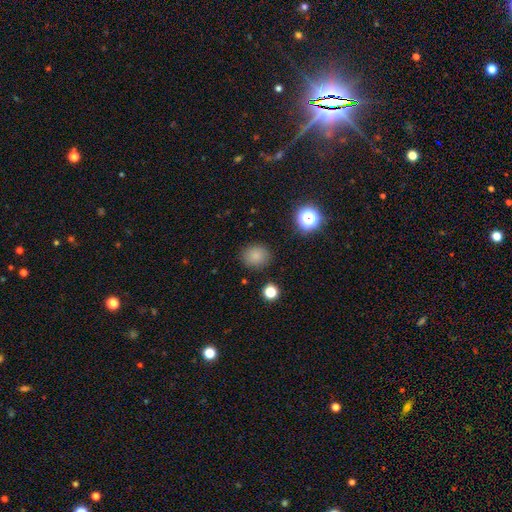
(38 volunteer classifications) smooth_or_featured: smooth (p=0.89) [alt: featured or disk p=0.05]
how_rounded: round (p=0.91) [alt: in between p=0.09]
merging: none (p=0.92) [alt: minor disturbance p=0.06]